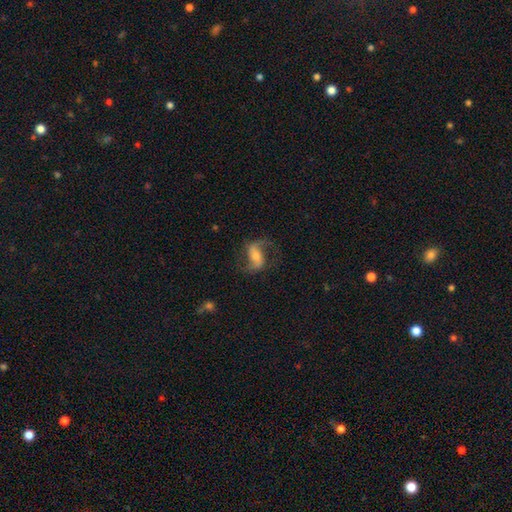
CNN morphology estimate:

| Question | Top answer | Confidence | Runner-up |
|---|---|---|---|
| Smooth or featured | featured or disk | 81% | smooth (12%) |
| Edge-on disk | no | 96% | yes (4%) |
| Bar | strong | 37% | tied: weak (37%) |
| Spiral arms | yes | 95% | no (5%) |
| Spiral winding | loose | 57% | medium (35%) |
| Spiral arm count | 2 | 92% | can't tell (3%) |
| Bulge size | moderate | 50% | small (38%) |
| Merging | none | 72% | minor disturbance (15%) |